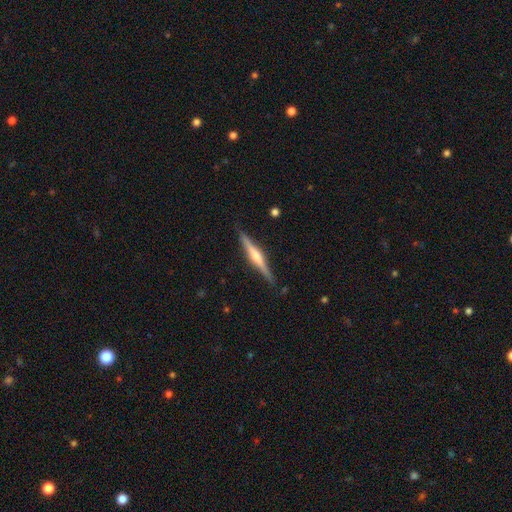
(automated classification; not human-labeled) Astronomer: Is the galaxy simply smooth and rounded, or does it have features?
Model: featured or disk — 74%.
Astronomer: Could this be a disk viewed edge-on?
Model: yes — 98%.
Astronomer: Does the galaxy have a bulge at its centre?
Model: rounded — 79%.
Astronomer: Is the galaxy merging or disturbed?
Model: none — 89%.